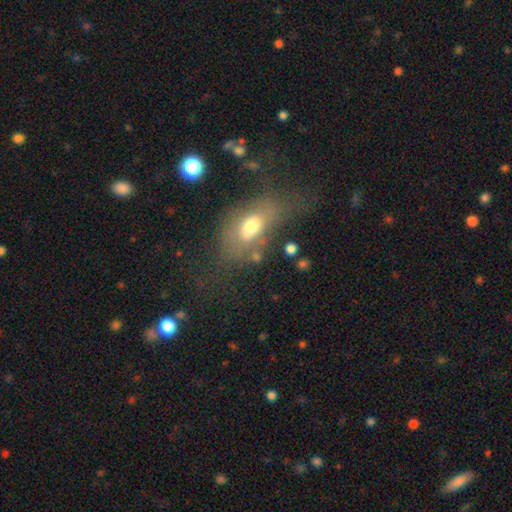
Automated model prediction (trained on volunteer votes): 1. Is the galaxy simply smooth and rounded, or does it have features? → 54% smooth, 28% featured or disk, 18% star or artifact.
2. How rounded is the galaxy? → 79% in between, 14% round, 7% cigar-shaped.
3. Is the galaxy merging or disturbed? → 50% none, 24% minor disturbance, 19% major disturbance, 7% merger.